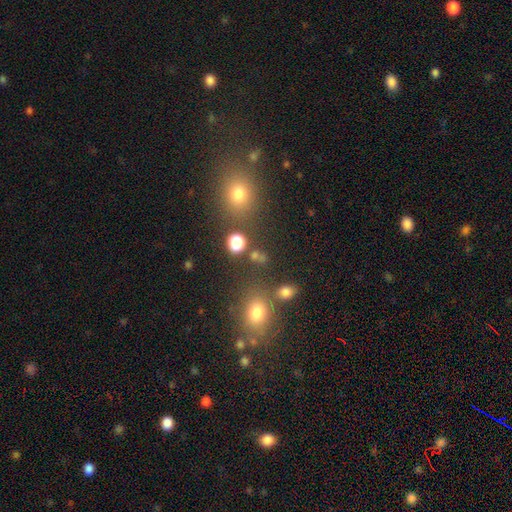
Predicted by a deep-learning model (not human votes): Q: Smooth or featured?
A: smooth (68%); runner-up: star or artifact (23%)
Q: How rounded?
A: round (66%); runner-up: in between (31%)
Q: Merging?
A: none (68%); runner-up: merger (16%)